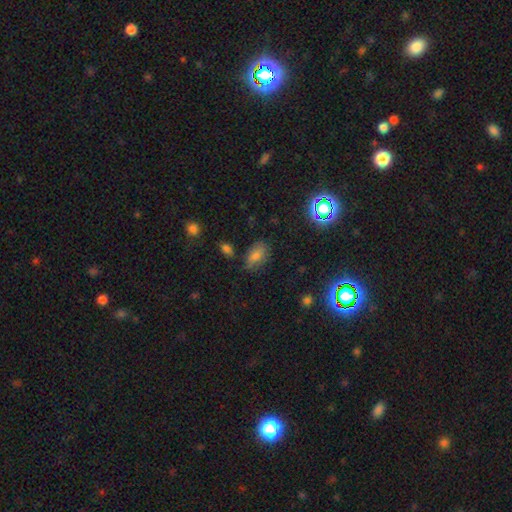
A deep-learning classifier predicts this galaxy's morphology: smooth-or-featured: smooth: 65% | star or artifact: 22% | featured or disk: 13%
  how-rounded: in between: 87% | round: 10% | cigar-shaped: 3%
  merging: none: 71% | minor disturbance: 20% | major disturbance: 6% | merger: 4%